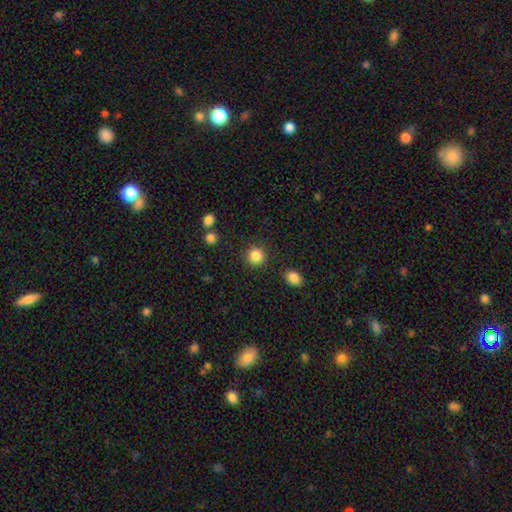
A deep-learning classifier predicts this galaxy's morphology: This is clearly a smooth galaxy (86%). How rounded: clearly round (92%). Merging: clearly none (90%).